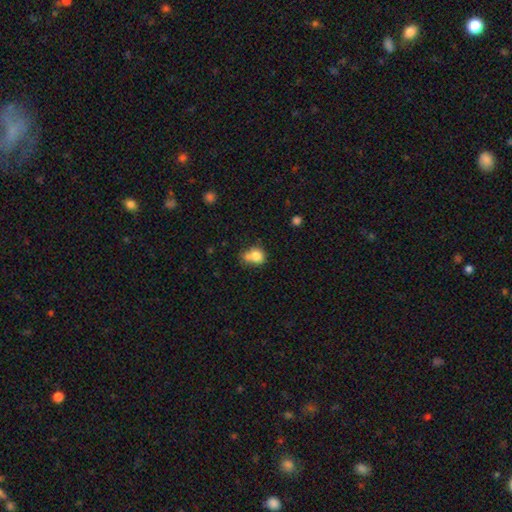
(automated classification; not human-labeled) smooth_or_featured: smooth (p=0.78) [alt: featured or disk p=0.12]
how_rounded: round (p=0.68) [alt: in between p=0.31]
merging: merger (p=0.40) [alt: none p=0.38]